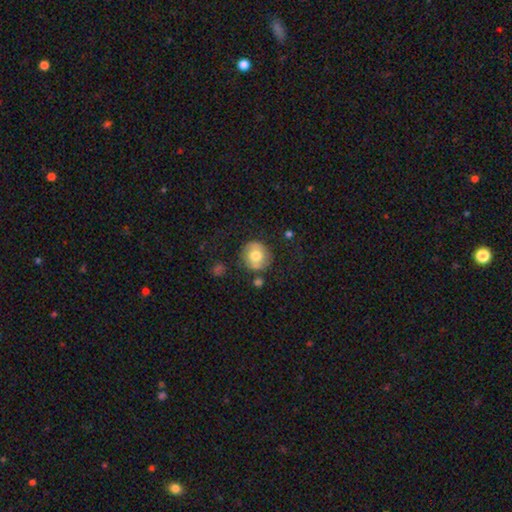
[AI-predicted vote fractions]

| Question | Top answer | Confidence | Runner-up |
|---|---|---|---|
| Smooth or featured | smooth | 65% | featured or disk (27%) |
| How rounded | round | 89% | in between (10%) |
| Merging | none | 79% | minor disturbance (13%) |